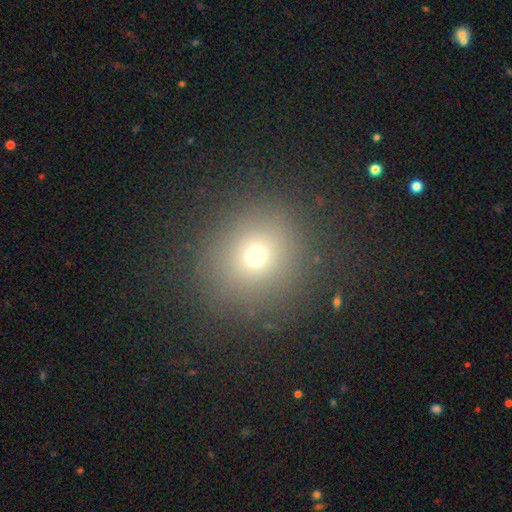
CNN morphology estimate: type=smooth (68%); roundness=round (90%); merging=none (88%).